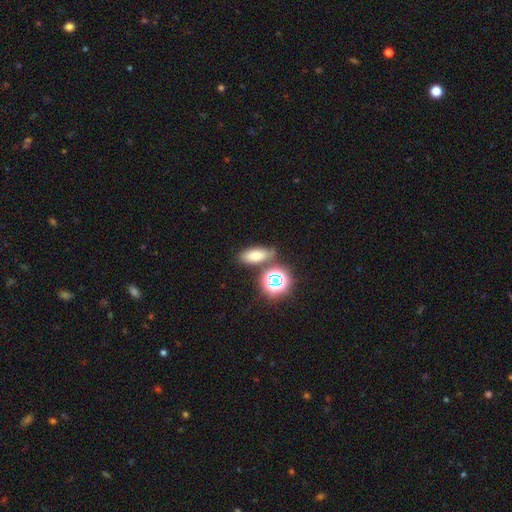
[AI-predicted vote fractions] Overall: smooth (63%; star or artifact 24%). How rounded: in between (75%). Merging: none (72%).